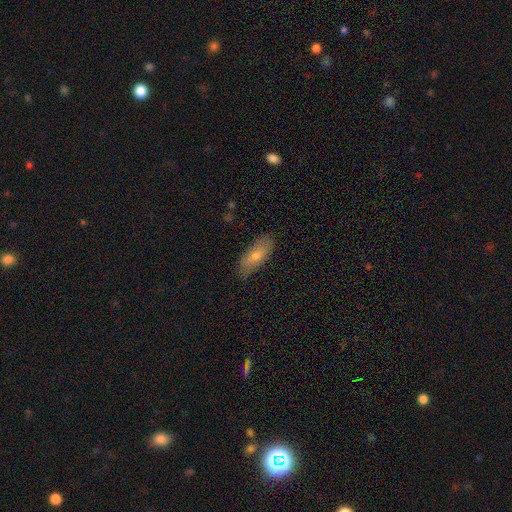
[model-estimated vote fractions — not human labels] Smooth or featured: smooth — 67% (featured or disk — 25%)
How rounded: in between — 66% (cigar-shaped — 31%)
Merging: none — 82% (minor disturbance — 14%)